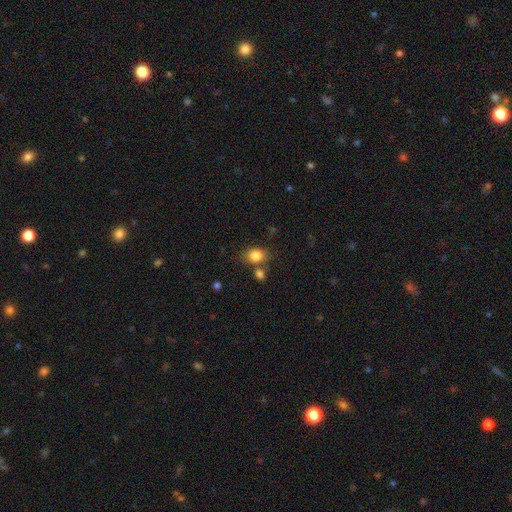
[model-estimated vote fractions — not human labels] This is clearly a smooth galaxy (83%). How rounded: possibly in between (53%). Merging: likely none (64%).